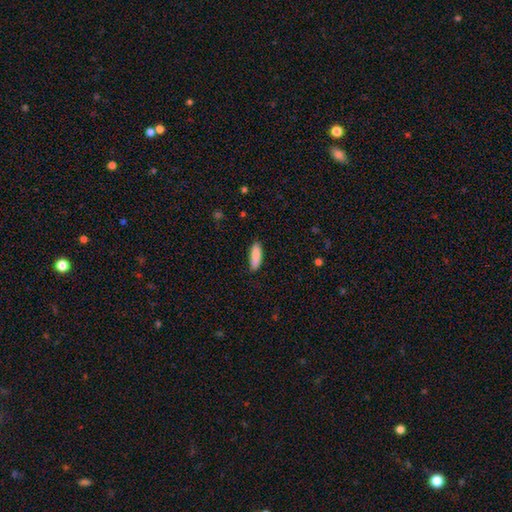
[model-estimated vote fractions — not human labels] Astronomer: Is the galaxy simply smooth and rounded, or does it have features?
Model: smooth — 88%.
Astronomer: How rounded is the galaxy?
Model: cigar-shaped — 52% (runner-up: in between, 47%).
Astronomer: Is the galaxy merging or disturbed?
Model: none — 84%.